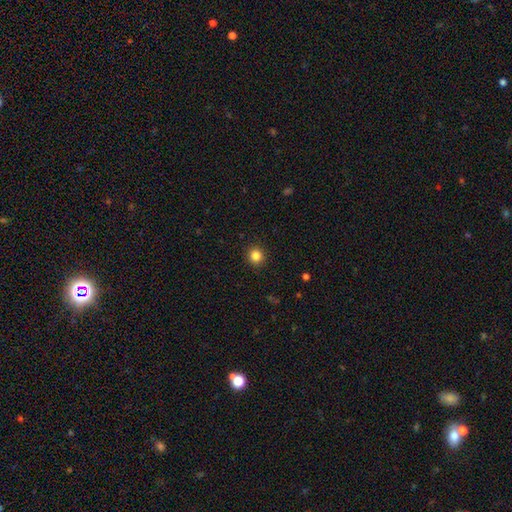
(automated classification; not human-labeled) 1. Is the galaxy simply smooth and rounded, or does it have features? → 84% smooth, 12% star or artifact, 4% featured or disk.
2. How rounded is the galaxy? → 90% round, 9% in between, 1% cigar-shaped.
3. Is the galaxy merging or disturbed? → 92% none, 5% minor disturbance, 2% major disturbance, 1% merger.